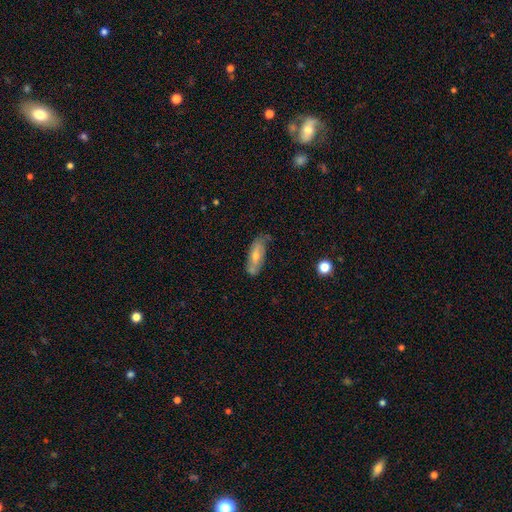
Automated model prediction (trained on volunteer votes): This appears to be a featured or disk galaxy (54%). Merging: none (67%).